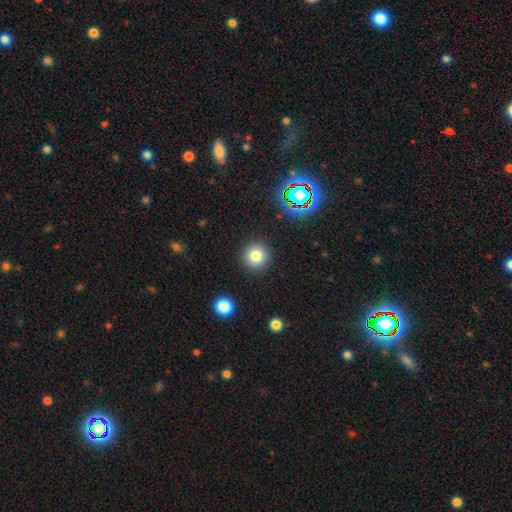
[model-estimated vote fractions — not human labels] Morphology: type=smooth (79%); roundness=round (95%); merging=none (91%).